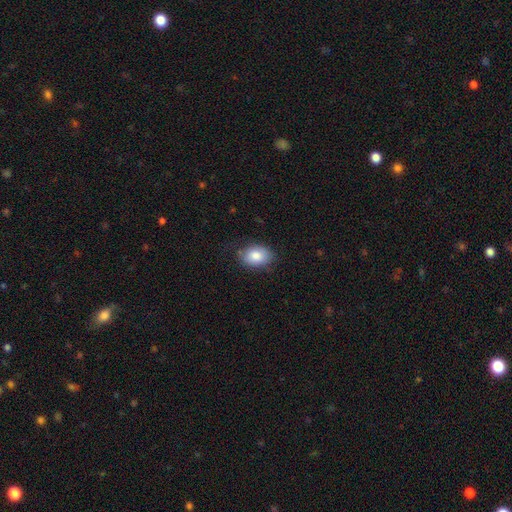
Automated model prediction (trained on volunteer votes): This appears to be a smooth galaxy with no disk features (83%) that is in between round and cigar-shaped (82%). Merging: none (75%).